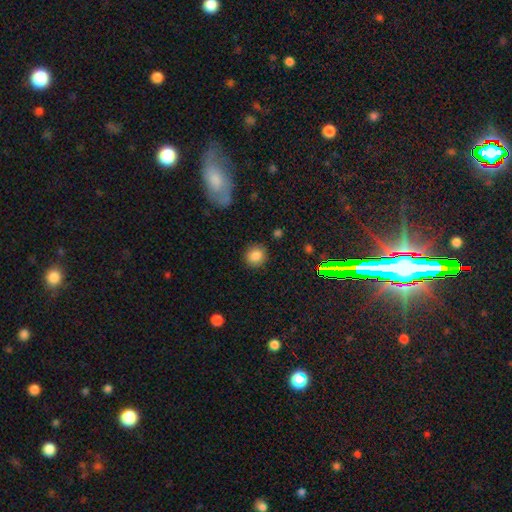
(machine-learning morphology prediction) Overall: smooth (84%). How rounded: round (88%). Merging: none (87%).